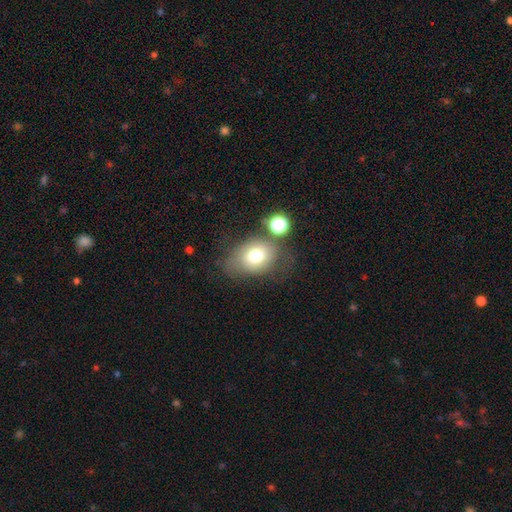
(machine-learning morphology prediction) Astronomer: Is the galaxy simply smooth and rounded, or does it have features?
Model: smooth — 71%.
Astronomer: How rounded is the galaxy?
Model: in between — 58% (runner-up: round, 41%).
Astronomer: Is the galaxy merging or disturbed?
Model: none — 54%.